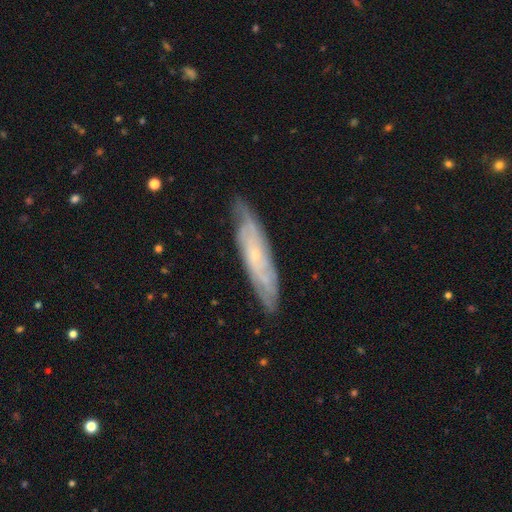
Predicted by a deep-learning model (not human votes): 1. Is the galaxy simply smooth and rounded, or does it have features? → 73% featured or disk, 21% smooth, 7% star or artifact.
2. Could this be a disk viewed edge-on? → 64% no, 36% yes.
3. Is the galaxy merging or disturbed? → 80% none, 15% minor disturbance, 3% major disturbance, 1% merger.